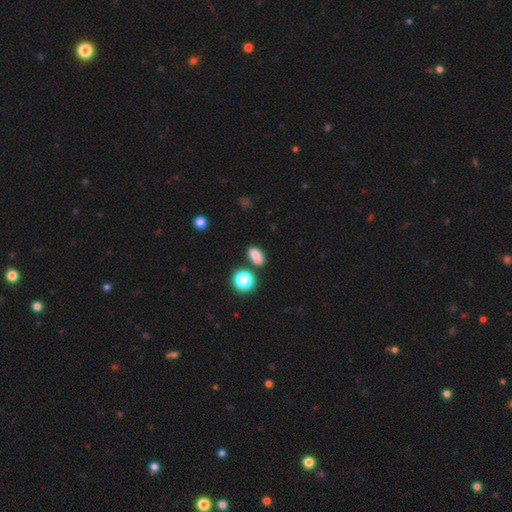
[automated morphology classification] Smooth or featured? smooth (80%)
How rounded? in between (82%)
Merging? none (72%)